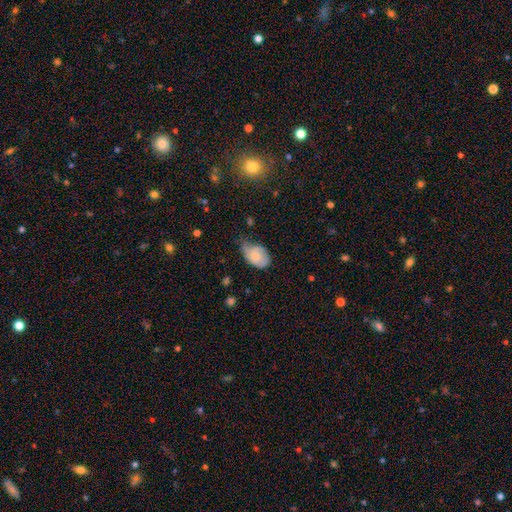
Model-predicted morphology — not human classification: Smooth or featured? Predicted: smooth (p=0.71). How rounded? Predicted: in between (p=0.84). Merging? Predicted: minor disturbance (p=0.50).